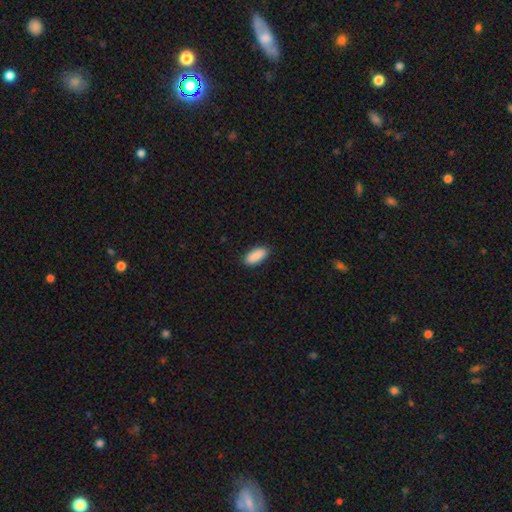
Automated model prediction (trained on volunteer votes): This appears to be a smooth galaxy with no disk features (91%) that is in between round and cigar-shaped (87%). Merging: none (89%).